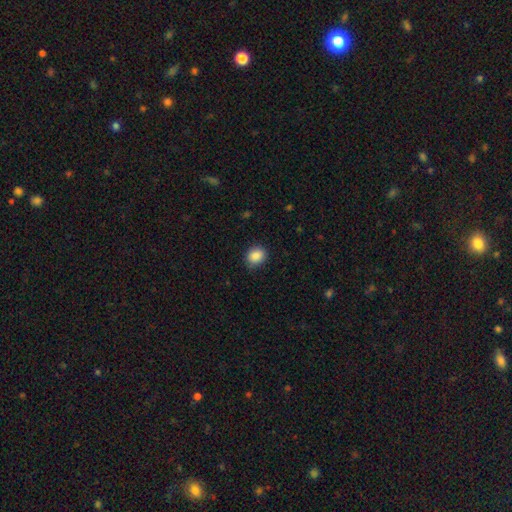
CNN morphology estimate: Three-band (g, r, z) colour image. It shows a smooth galaxy with no disk features (88%) that is round (63%). Merging: none (84%).